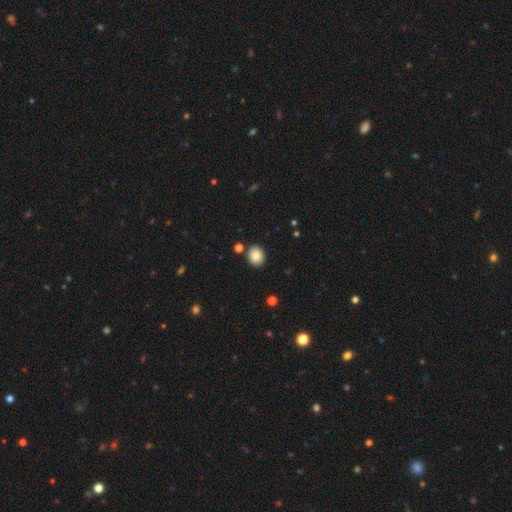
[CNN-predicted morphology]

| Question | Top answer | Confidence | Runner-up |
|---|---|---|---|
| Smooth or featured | smooth | 84% | star or artifact (9%) |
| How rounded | round | 58% | in between (42%) |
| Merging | none | 86% | minor disturbance (8%) |